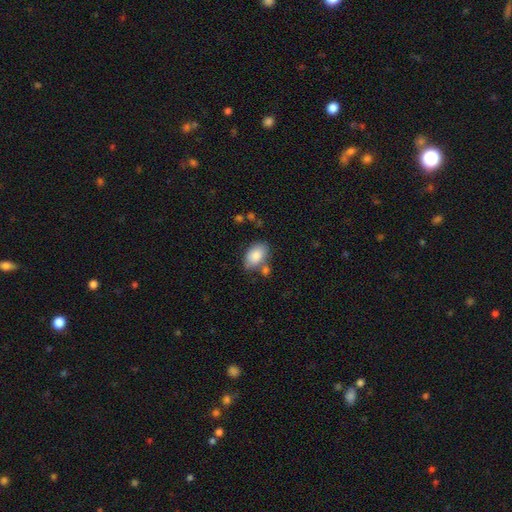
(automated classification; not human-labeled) This is clearly a smooth galaxy (84%). How rounded: clearly in between (88%). Merging: likely none (61%).